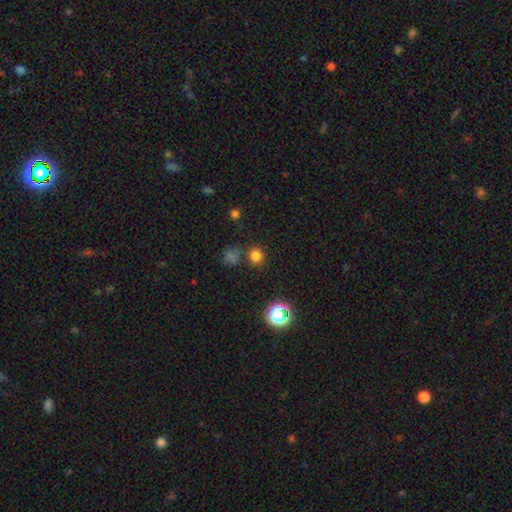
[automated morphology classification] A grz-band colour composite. It shows a smooth galaxy with no disk features (74%) that is round (87%). Merging: none (79%).